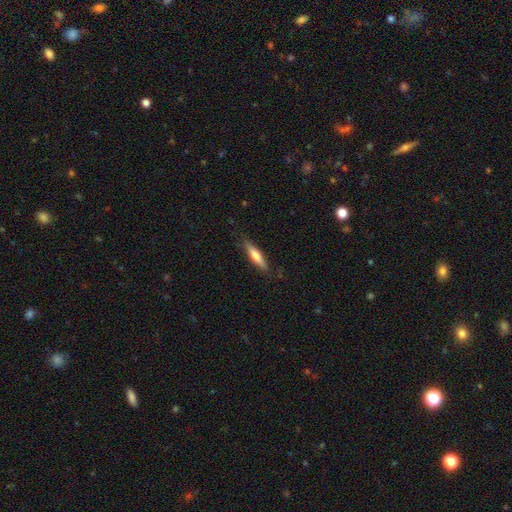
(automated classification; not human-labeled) smooth 59%, featured or disk 35%, star or artifact 6%. Down the decision tree: how rounded — cigar-shaped (84%); merging — none (84%).